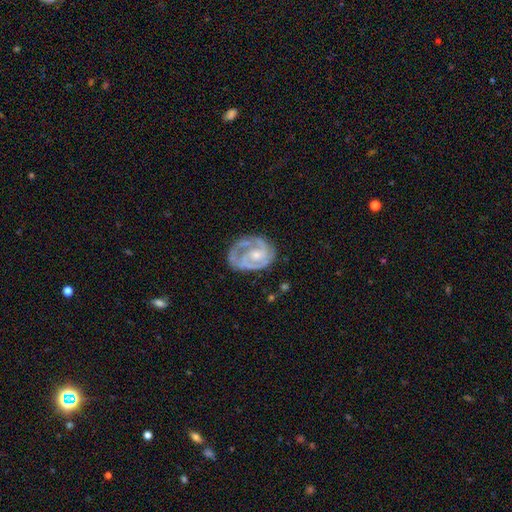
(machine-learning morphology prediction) Overall: featured or disk (83%). Edge-on disk: no (97%). Bar: no (65%; weak 28%). Spiral arms: yes (92%). Spiral arm count: 2 (52%; can't tell 17%). Spiral winding: tight (60%; medium 32%). Bulge size: small (53%; moderate 38%). Merging: none (60%; minor disturbance 23%).